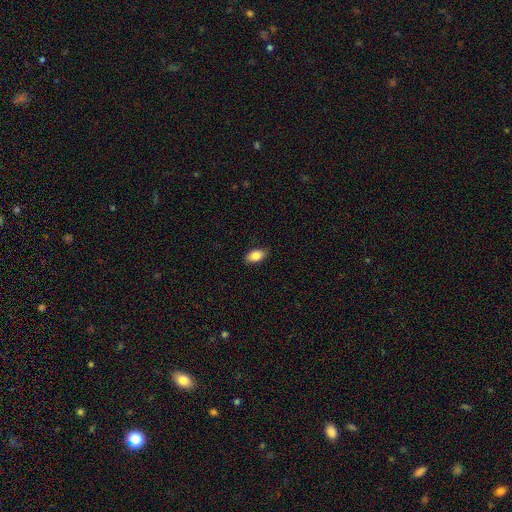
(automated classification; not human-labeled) Smooth or featured: smooth — 85% (featured or disk — 8%)
How rounded: in between — 91% (round — 6%)
Merging: none — 86% (minor disturbance — 11%)